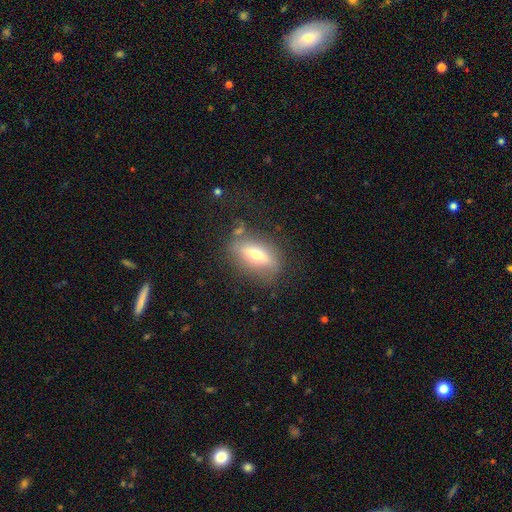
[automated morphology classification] smooth_or_featured: smooth (p=0.50) [alt: featured or disk p=0.41]
how_rounded: in between (p=0.66) [alt: cigar-shaped p=0.27]
merging: none (p=0.73) [alt: minor disturbance p=0.17]